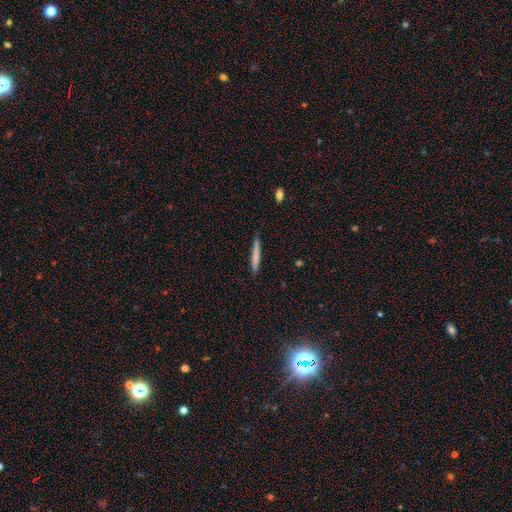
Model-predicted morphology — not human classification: This is likely a smooth galaxy (73%). How rounded: clearly cigar-shaped (96%). Merging: clearly none (87%).